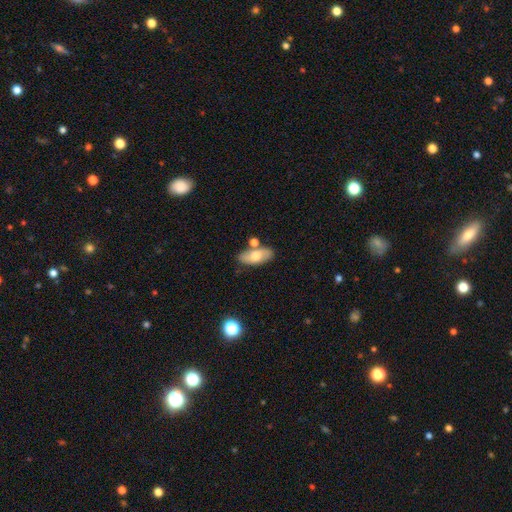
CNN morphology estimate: This appears to be a smooth galaxy with no disk features (64%) that is in between round and cigar-shaped (88%). Merging: none (71%).